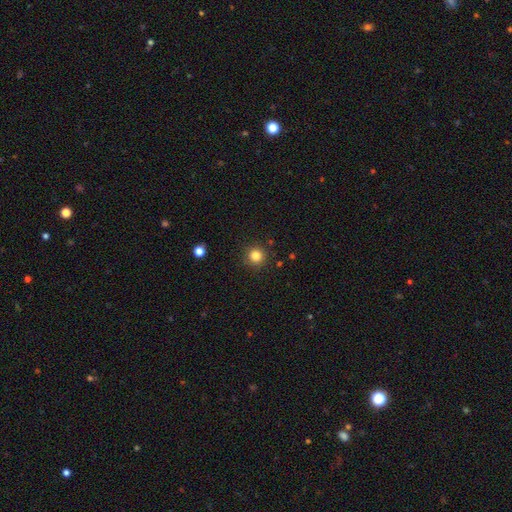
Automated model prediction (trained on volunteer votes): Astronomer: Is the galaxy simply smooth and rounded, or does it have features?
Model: smooth — 83%.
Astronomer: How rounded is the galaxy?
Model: round — 94%.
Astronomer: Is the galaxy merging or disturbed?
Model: none — 89%.